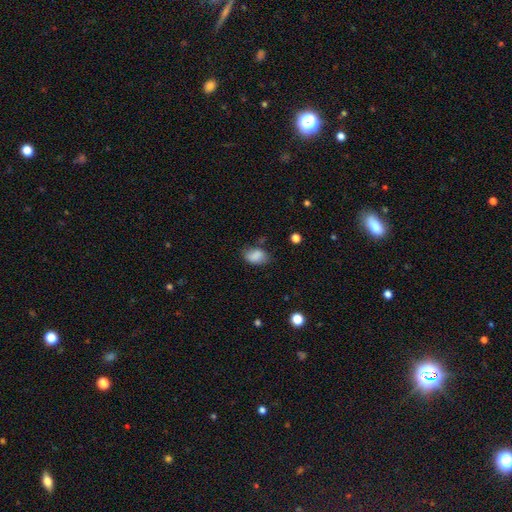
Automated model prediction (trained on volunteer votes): smooth 85%, star or artifact 9%, featured or disk 6%. Down the decision tree: how rounded — in between (83%); merging — none (68%).